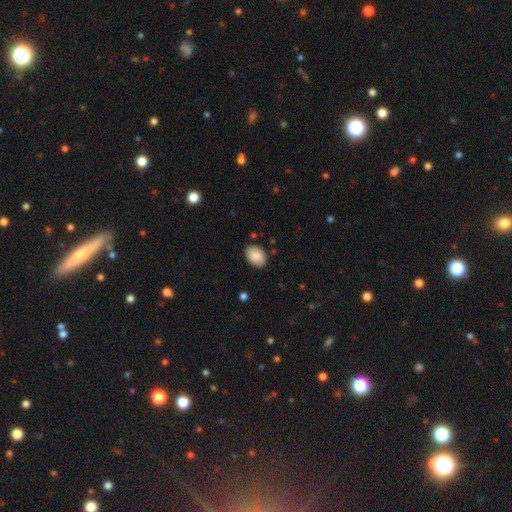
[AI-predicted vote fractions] Smooth or featured: smooth — 88% (star or artifact — 7%)
How rounded: in between — 80% (round — 19%)
Merging: none — 85% (minor disturbance — 11%)